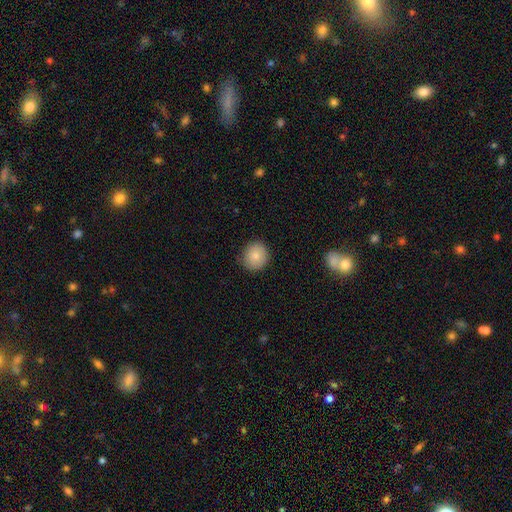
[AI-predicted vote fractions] smooth 83%, star or artifact 8%, featured or disk 8%. Down the decision tree: how rounded — round (85%); merging — none (86%).